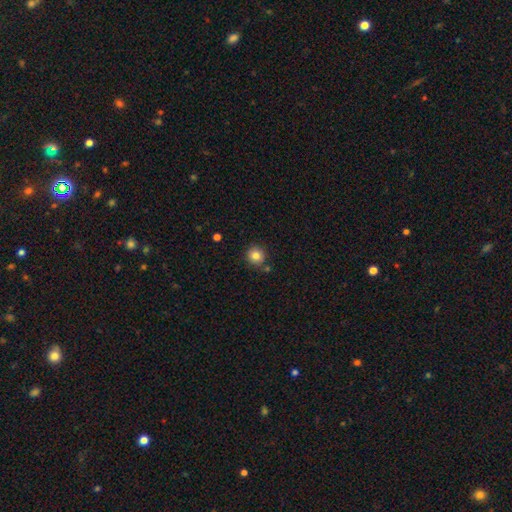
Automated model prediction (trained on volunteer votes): Smooth or featured: smooth — 83% (star or artifact — 11%)
How rounded: round — 92% (in between — 7%)
Merging: none — 84% (minor disturbance — 9%)